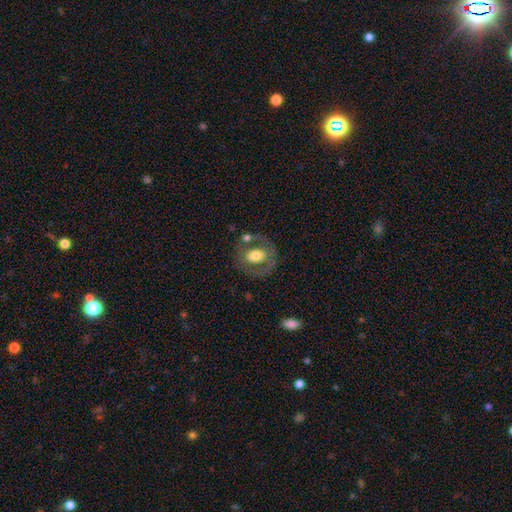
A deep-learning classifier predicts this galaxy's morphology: smooth 49%, featured or disk 45%, star or artifact 7%. Down the decision tree: merging — none (65%).